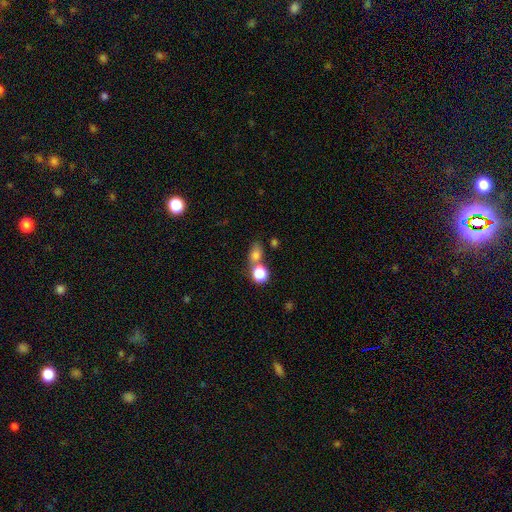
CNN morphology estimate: smooth-or-featured: smooth: 75% | star or artifact: 15% | featured or disk: 10%
  how-rounded: in between: 50% | round: 47% | cigar-shaped: 3%
  merging: none: 47% | merger: 39% | minor disturbance: 10% | major disturbance: 5%